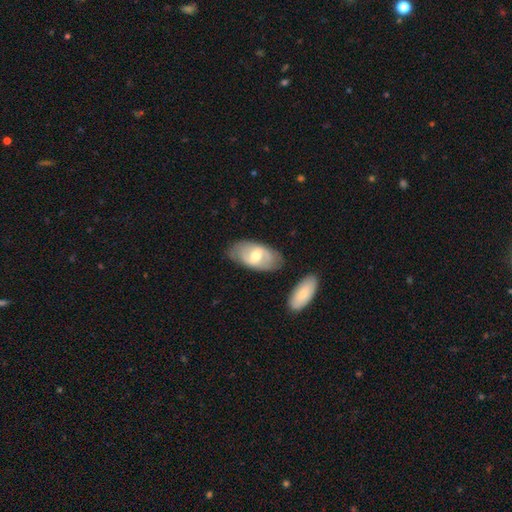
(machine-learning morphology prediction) The model was most divided on "smooth or featured": featured or disk: 53%, smooth: 42%, star or artifact: 5%. More confident: edge-on disk — no (90%); merging — none (75%).